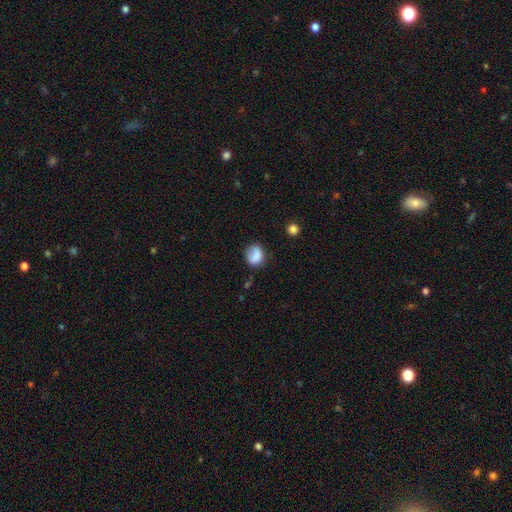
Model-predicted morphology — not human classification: This is clearly a smooth galaxy (81%). How rounded: possibly round (57%). Merging: likely none (61%).